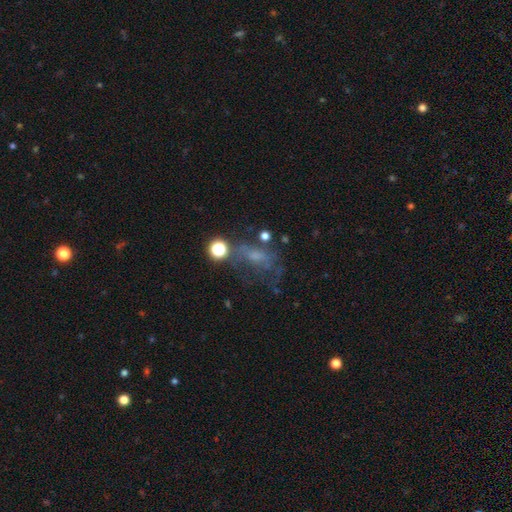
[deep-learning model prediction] Morphology: type=featured or disk (38%); merging=none (37%).